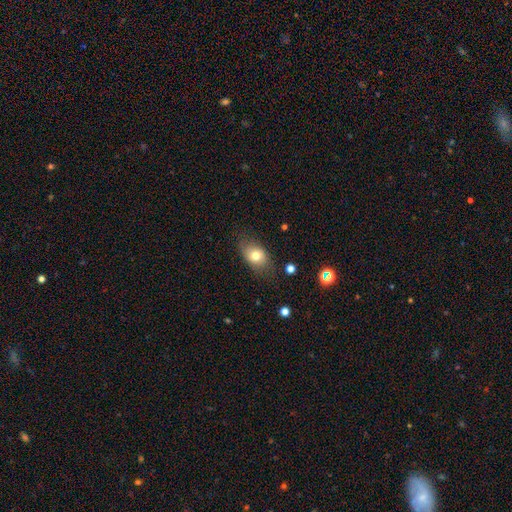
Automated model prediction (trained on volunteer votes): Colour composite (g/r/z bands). It shows a smooth galaxy with no disk features (74%) that is in between round and cigar-shaped (80%). Merging: none (72%).